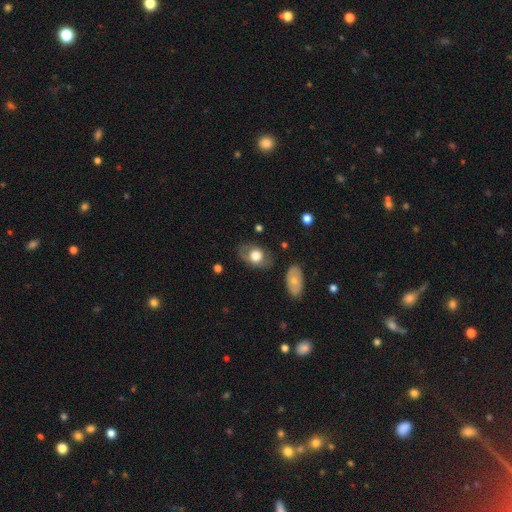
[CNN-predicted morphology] This is likely a smooth galaxy (61%). How rounded: likely in between (75%). Merging: likely none (74%).